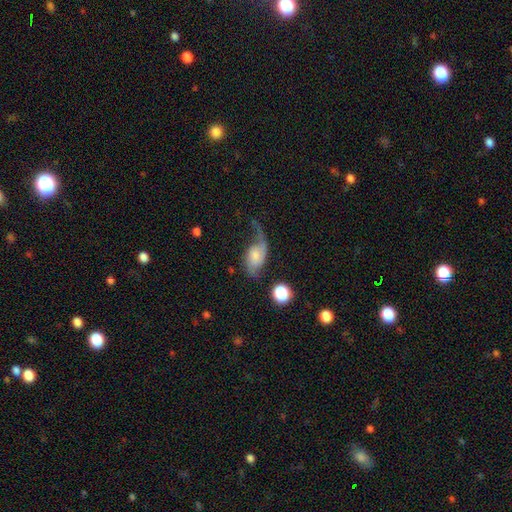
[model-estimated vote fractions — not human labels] Smooth or featured? Predicted: featured or disk (p=0.66). Edge-on disk? Predicted: no (p=0.96). Bar? Predicted: no (p=0.63). Spiral arms? Predicted: yes (p=0.91). Spiral winding? Predicted: loose (p=0.78). Spiral arm count? Predicted: 2 (p=0.60). Bulge size? Predicted: small (p=0.34). Merging? Predicted: major disturbance (p=0.40).